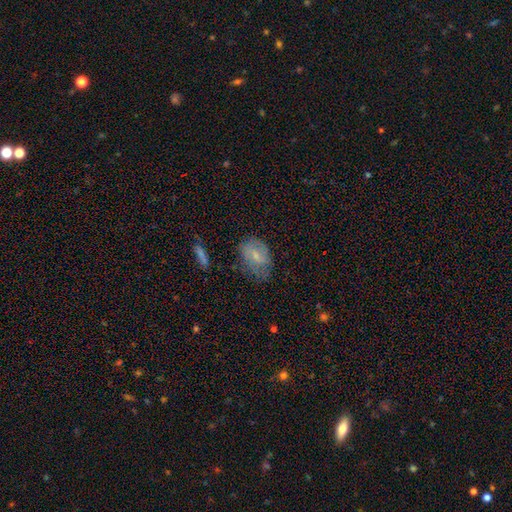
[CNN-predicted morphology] smooth_or_featured: featured or disk (p=0.49) [alt: smooth p=0.43]
merging: none (p=0.56) [alt: minor disturbance p=0.29]